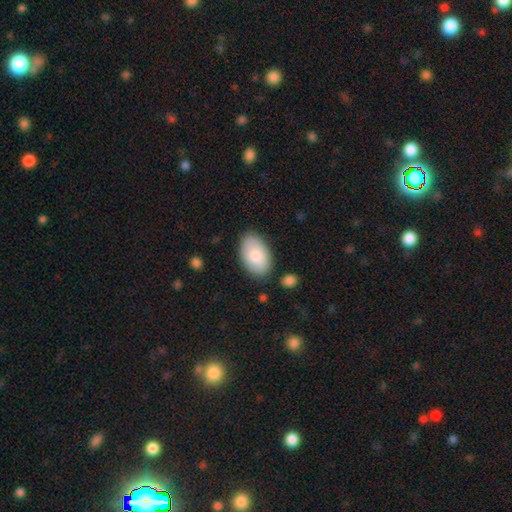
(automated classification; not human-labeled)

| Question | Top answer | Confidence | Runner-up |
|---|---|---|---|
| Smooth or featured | smooth | 84% | featured or disk (10%) |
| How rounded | in between | 93% | round (6%) |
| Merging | none | 82% | minor disturbance (13%) |